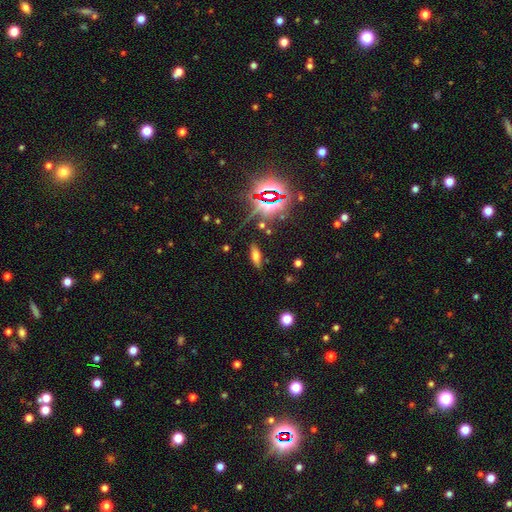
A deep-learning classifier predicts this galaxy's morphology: Overall: smooth (57%; star or artifact 24%). How rounded: in between (64%; cigar-shaped 31%). Merging: none (82%).